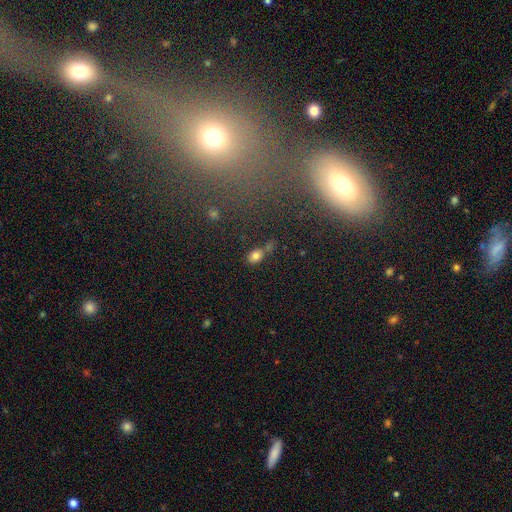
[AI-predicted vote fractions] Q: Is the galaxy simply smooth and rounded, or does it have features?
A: smooth — 78%.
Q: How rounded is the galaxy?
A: in between — 72%.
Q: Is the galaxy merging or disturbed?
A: none — 49%.